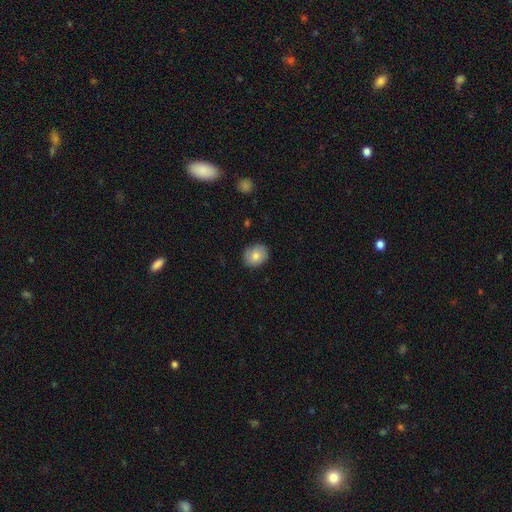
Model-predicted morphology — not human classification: smooth-or-featured: smooth: 79% | featured or disk: 13% | star or artifact: 8%
  how-rounded: round: 58% | in between: 41% | cigar-shaped: 1%
  merging: none: 85% | minor disturbance: 12% | major disturbance: 2% | merger: 1%